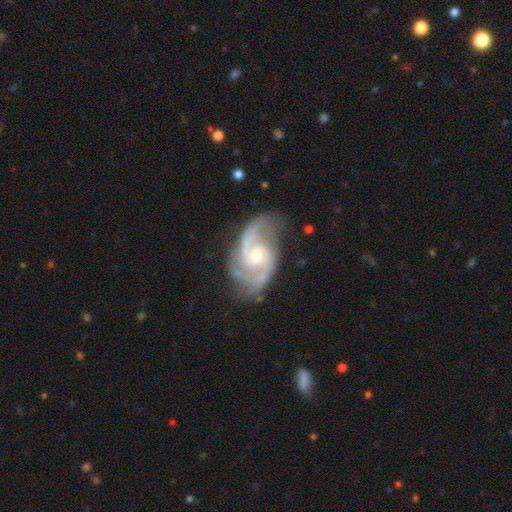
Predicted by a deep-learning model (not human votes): smooth_or_featured: featured or disk (p=0.91) [alt: smooth p=0.04]
disk_edge_on: no (p=0.97) [alt: yes p=0.03]
bar: no (p=0.56) [alt: weak p=0.37]
has_spiral_arms: yes (p=0.98) [alt: no p=0.02]
spiral_winding: medium (p=0.52) [alt: tight p=0.33]
spiral_arm_count: 2 (p=0.72) [alt: 3 p=0.12]
bulge_size: moderate (p=0.58) [alt: small p=0.38]
merging: none (p=0.68) [alt: minor disturbance p=0.21]